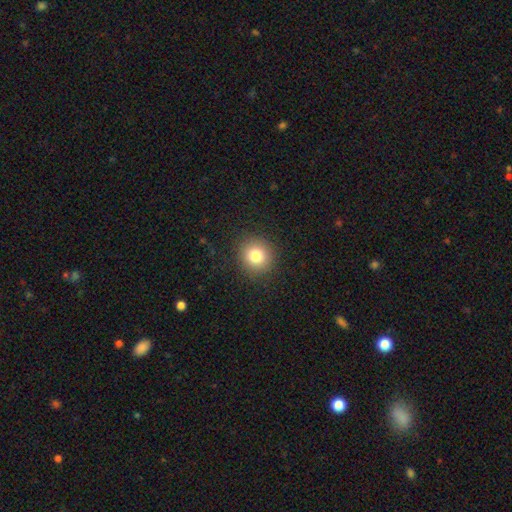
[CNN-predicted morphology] Smooth or featured?
  - smooth: 81% *
  - star or artifact: 11%
  - featured or disk: 8%
How rounded?
  - round: 91% *
  - in between: 9%
  - cigar-shaped: 1%
Merging?
  - none: 90% *
  - minor disturbance: 6%
  - major disturbance: 2%
  - merger: 1%